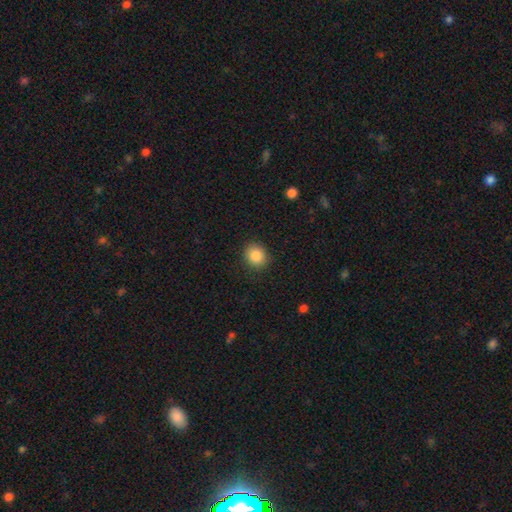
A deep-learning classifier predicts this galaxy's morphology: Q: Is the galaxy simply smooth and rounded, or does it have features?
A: smooth — 87%.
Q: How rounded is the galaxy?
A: round — 78%.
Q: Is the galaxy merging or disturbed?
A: none — 89%.